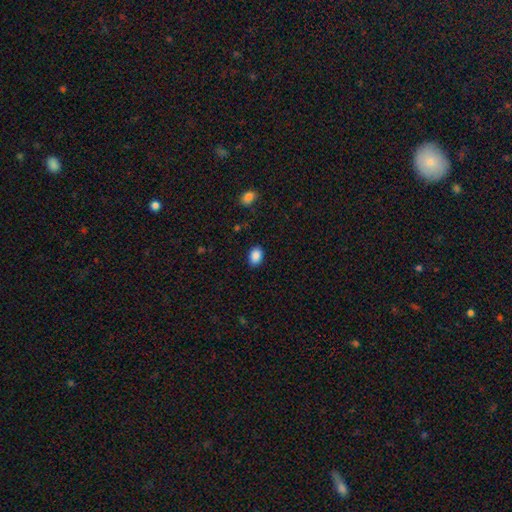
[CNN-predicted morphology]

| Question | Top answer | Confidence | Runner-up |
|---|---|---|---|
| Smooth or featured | smooth | 89% | star or artifact (8%) |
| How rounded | in between | 79% | round (20%) |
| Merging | none | 86% | minor disturbance (10%) |